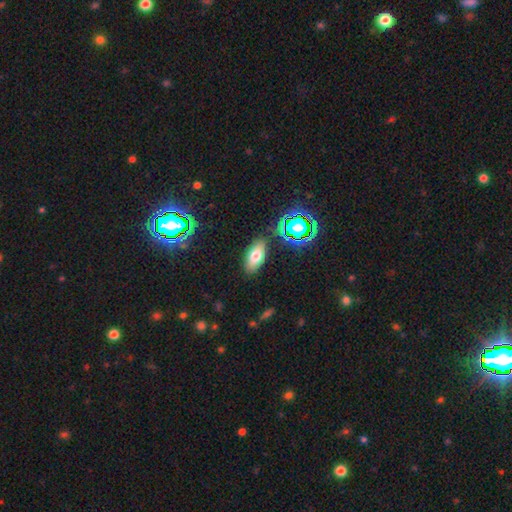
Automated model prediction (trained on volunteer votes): smooth_or_featured: smooth (p=0.68) [alt: featured or disk p=0.17]
how_rounded: in between (p=0.84) [alt: cigar-shaped p=0.10]
merging: none (p=0.84) [alt: minor disturbance p=0.10]